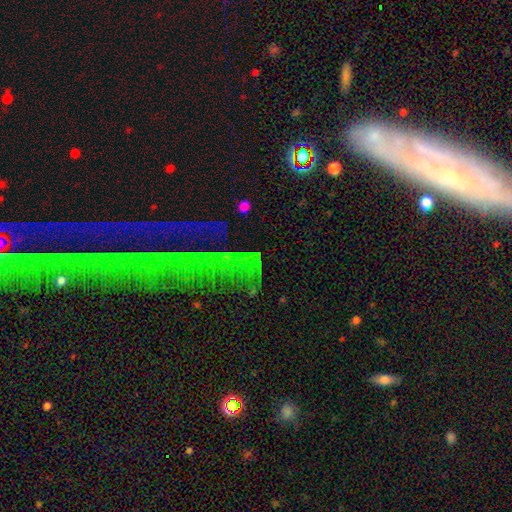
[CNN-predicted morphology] Smooth or featured: star or artifact — 67% (smooth — 19%)